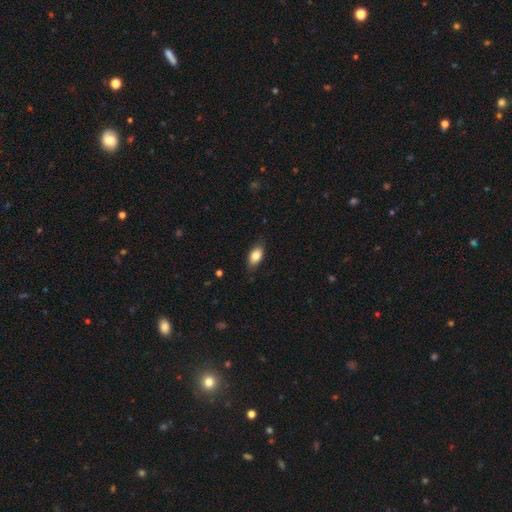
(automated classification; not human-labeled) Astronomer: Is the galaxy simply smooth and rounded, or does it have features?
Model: smooth — 84%.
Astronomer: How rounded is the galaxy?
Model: in between — 90%.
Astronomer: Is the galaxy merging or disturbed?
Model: none — 81%.